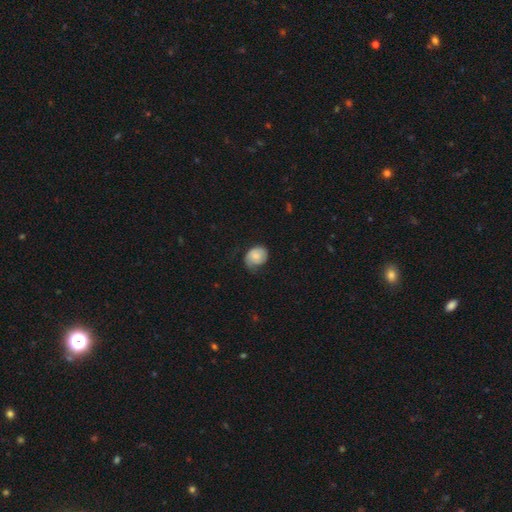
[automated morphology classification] smooth_or_featured: smooth (p=0.64) [alt: featured or disk p=0.29]
how_rounded: round (p=0.52) [alt: in between p=0.47]
merging: none (p=0.47) [alt: minor disturbance p=0.35]